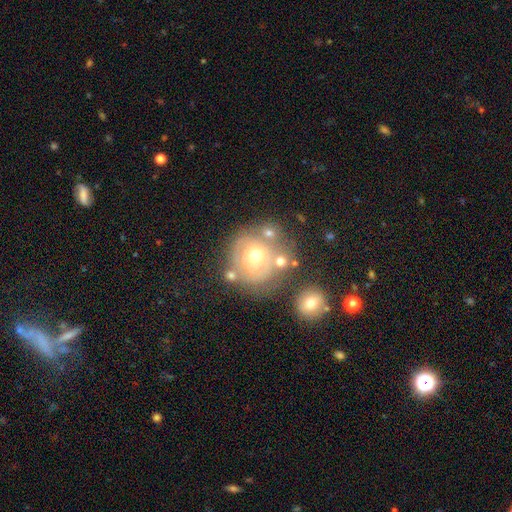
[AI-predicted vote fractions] Smooth or featured? featured or disk (47%)
Merging? none (55%)